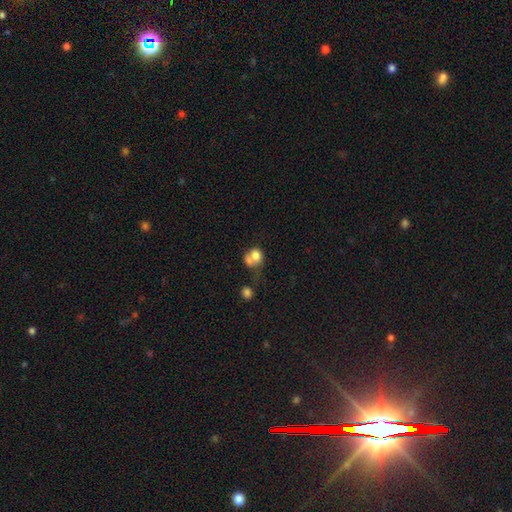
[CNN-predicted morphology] smooth-or-featured: smooth: 72% | featured or disk: 18% | star or artifact: 10%
  how-rounded: round: 62% | in between: 37% | cigar-shaped: 1%
  merging: merger: 49% | none: 25% | major disturbance: 13% | minor disturbance: 13%